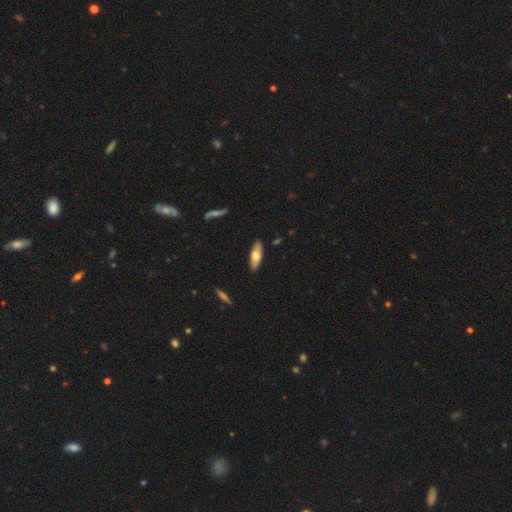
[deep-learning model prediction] A smooth galaxy with no disk features (59%) that is in between round and cigar-shaped (59%). Merging: none (88%).